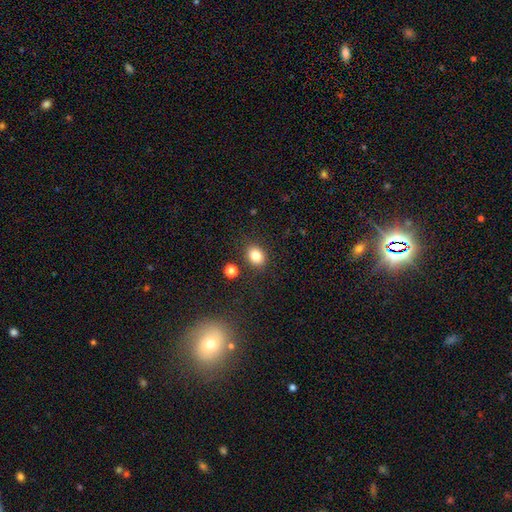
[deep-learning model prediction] smooth-or-featured: smooth: 82% | star or artifact: 11% | featured or disk: 7%
  how-rounded: round: 50% | in between: 49% | cigar-shaped: 1%
  merging: none: 84% | minor disturbance: 9% | merger: 4% | major disturbance: 3%